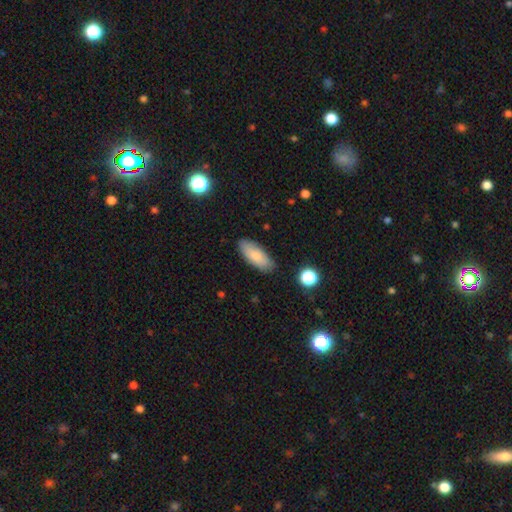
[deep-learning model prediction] Morphology: type=smooth (81%); roundness=in between (82%); merging=none (85%).